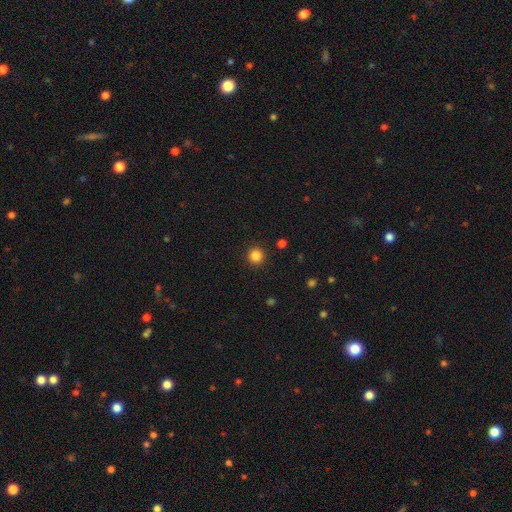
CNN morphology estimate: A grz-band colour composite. It shows a smooth galaxy with no disk features (85%) that is round (95%). Merging: none (92%).